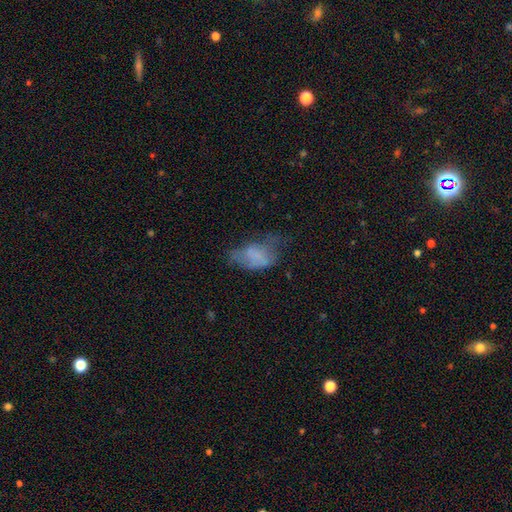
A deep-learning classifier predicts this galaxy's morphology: This is possibly a smooth galaxy (59%). How rounded: clearly in between (90%). Merging: marginally major disturbance (36%).